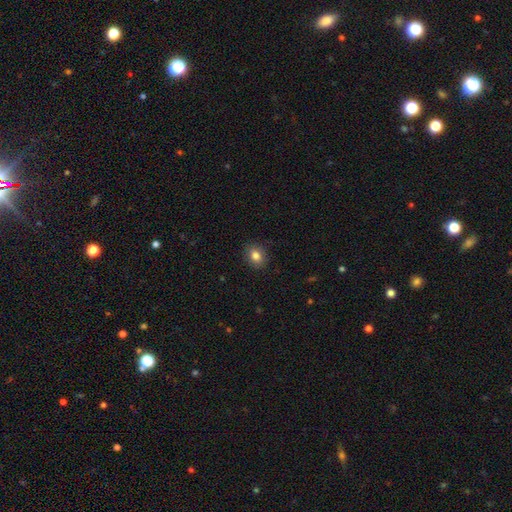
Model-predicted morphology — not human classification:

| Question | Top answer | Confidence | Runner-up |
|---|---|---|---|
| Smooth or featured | smooth | 83% | star or artifact (10%) |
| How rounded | round | 55% | in between (44%) |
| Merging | none | 88% | minor disturbance (9%) |